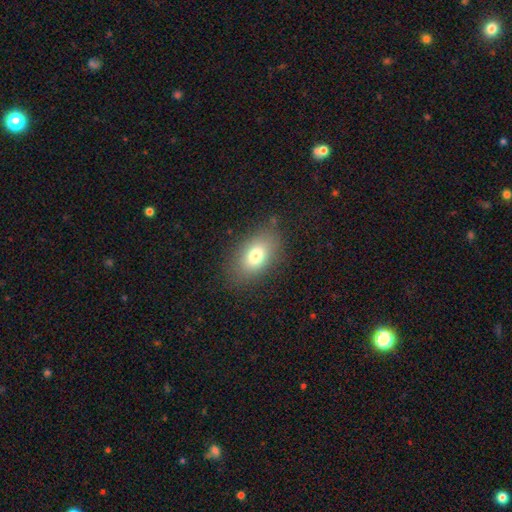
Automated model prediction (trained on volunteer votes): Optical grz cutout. It shows a smooth galaxy with no disk features (76%) that is in between round and cigar-shaped (86%). Merging: none (80%).